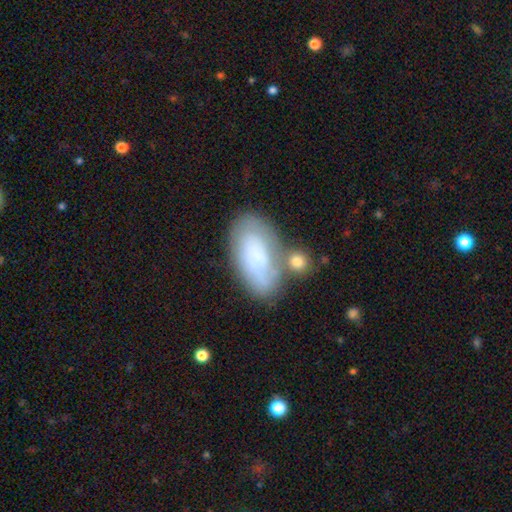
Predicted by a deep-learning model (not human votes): The model was most divided on "merging": none: 48%, minor disturbance: 21%, merger: 20%, major disturbance: 10%. More confident: how rounded — in between (92%); smooth or featured — smooth (66%).